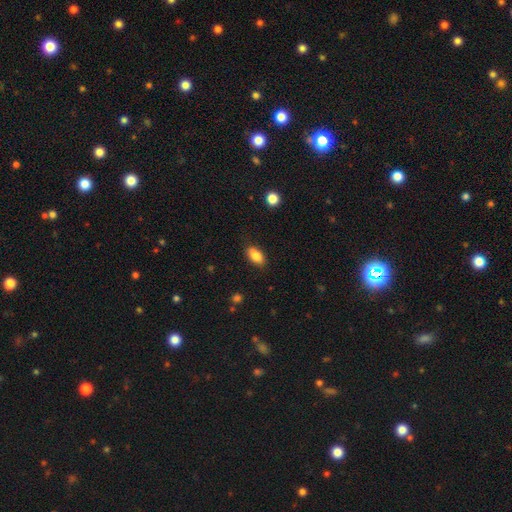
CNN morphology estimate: Smooth or featured? smooth (81%)
How rounded? in between (88%)
Merging? none (74%)